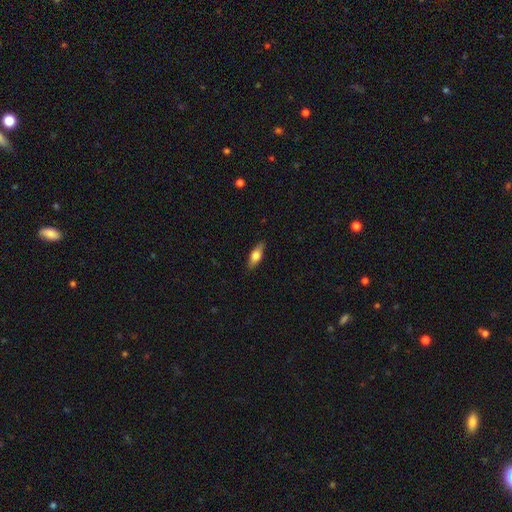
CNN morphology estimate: A smooth galaxy with no disk features (66%) that is in between round and cigar-shaped (67%). Merging: none (86%).